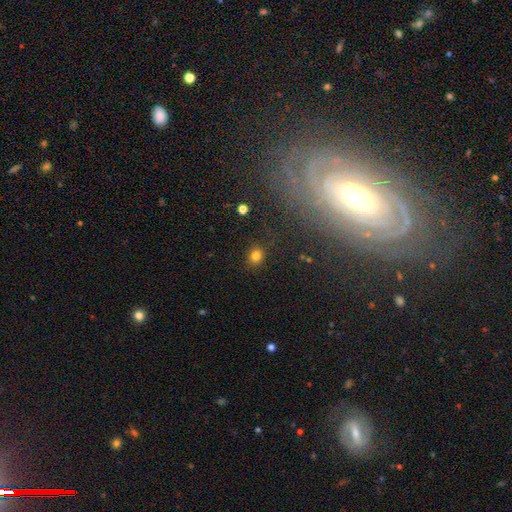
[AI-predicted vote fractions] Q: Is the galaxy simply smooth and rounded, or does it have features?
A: smooth — 79%.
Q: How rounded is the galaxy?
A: round — 79%.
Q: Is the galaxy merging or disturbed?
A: none — 87%.